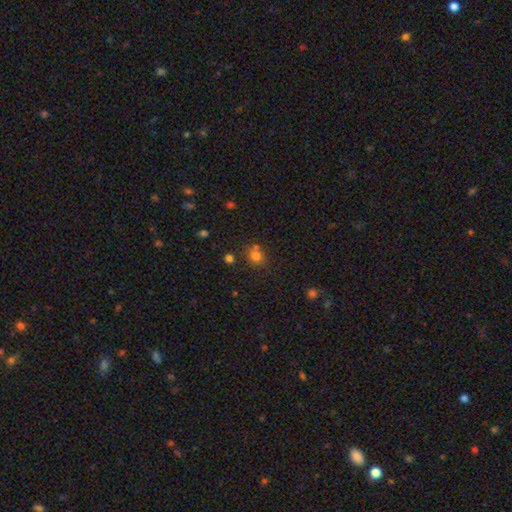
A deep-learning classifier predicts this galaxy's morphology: Smooth or featured: smooth — 76% (star or artifact — 16%)
How rounded: round — 81% (in between — 18%)
Merging: none — 67% (merger — 17%)